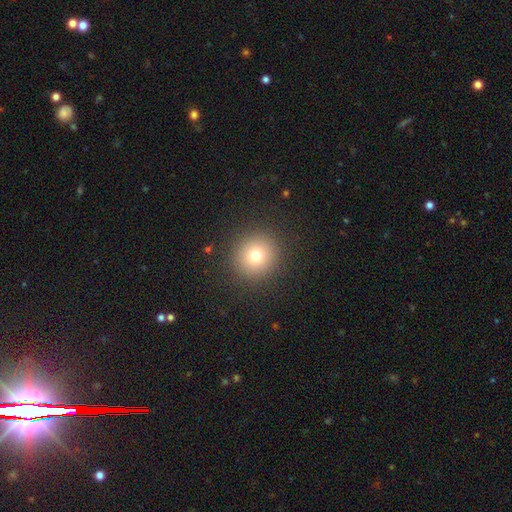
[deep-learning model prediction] Smooth or featured?
  - smooth: 75% *
  - star or artifact: 15%
  - featured or disk: 10%
How rounded?
  - round: 92% *
  - in between: 7%
  - cigar-shaped: 1%
Merging?
  - none: 90% *
  - minor disturbance: 6%
  - major disturbance: 3%
  - merger: 1%